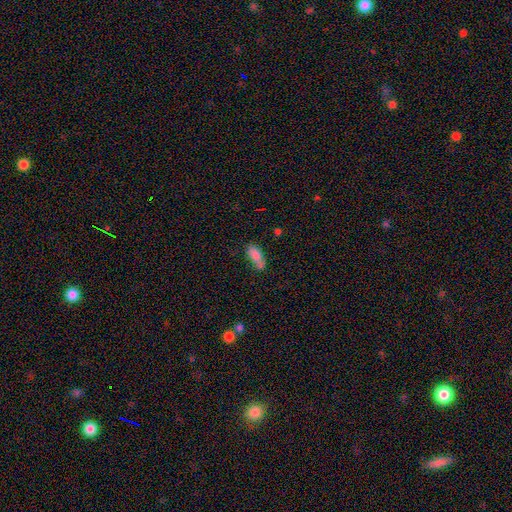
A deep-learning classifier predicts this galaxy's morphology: A smooth galaxy with no disk features (80%) that is in between round and cigar-shaped (80%).

Vote fractions:
- Smooth or featured? smooth: 80% / featured or disk: 10% / star or artifact: 9%
- How rounded? in between: 80% / cigar-shaped: 17% / round: 3%
- Merging? none: 45% / minor disturbance: 24% / merger: 22% / major disturbance: 9%